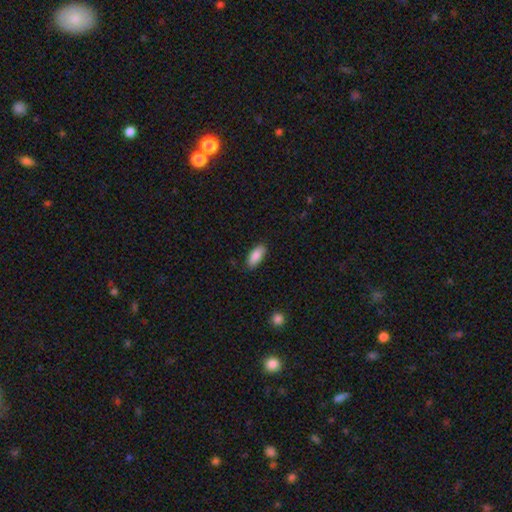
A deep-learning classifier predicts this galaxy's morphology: The model was most divided on "how rounded": in between: 85%, cigar-shaped: 13%, round: 2%. More confident: smooth or featured — smooth (88%); merging — none (86%).